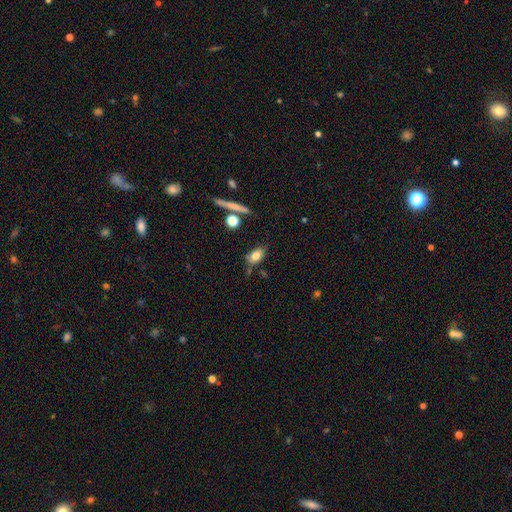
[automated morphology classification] smooth-or-featured: smooth: 77% | featured or disk: 14% | star or artifact: 9%
  how-rounded: in between: 82% | round: 11% | cigar-shaped: 7%
  merging: none: 65% | minor disturbance: 21% | merger: 8% | major disturbance: 6%